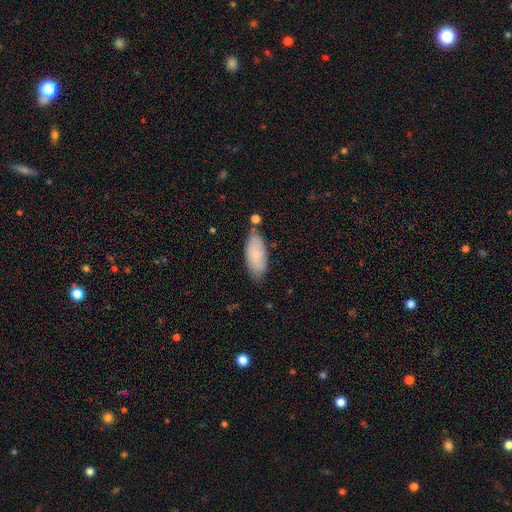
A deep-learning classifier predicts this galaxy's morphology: smooth-or-featured: smooth: 75% | featured or disk: 19% | star or artifact: 6%
  how-rounded: in between: 85% | cigar-shaped: 13% | round: 2%
  merging: none: 67% | minor disturbance: 23% | merger: 6% | major disturbance: 4%